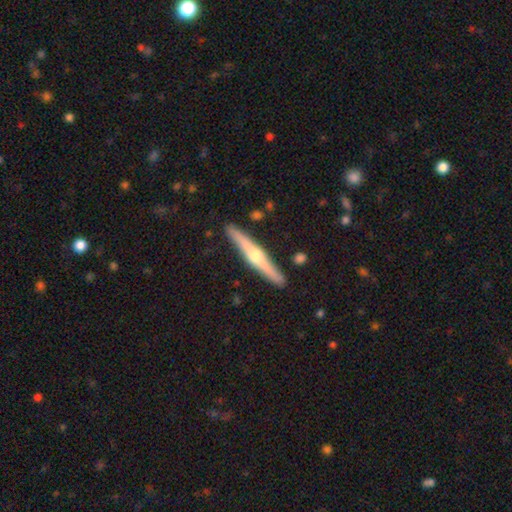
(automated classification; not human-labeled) This is likely a featured or disk galaxy (70%). It is clearly viewed edge-on (97%). Edge-on bulge: clearly rounded (93%). Merging: clearly none (90%).